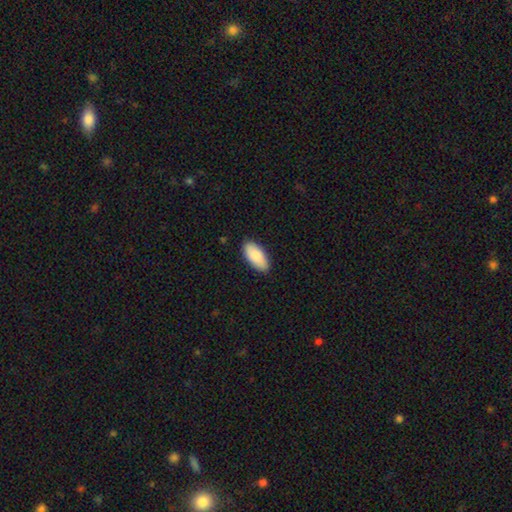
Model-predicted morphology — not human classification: smooth-or-featured: smooth: 87% | featured or disk: 7% | star or artifact: 6%
  how-rounded: in between: 91% | cigar-shaped: 7% | round: 2%
  merging: none: 87% | minor disturbance: 10% | major disturbance: 2% | merger: 1%